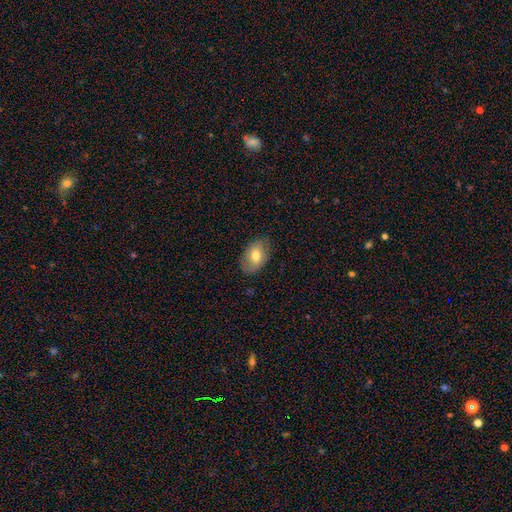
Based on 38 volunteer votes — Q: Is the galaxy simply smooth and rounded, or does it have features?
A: smooth — 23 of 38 (61%).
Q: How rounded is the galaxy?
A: in between — 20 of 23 (87%).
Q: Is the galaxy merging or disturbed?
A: none — 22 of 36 (61%).